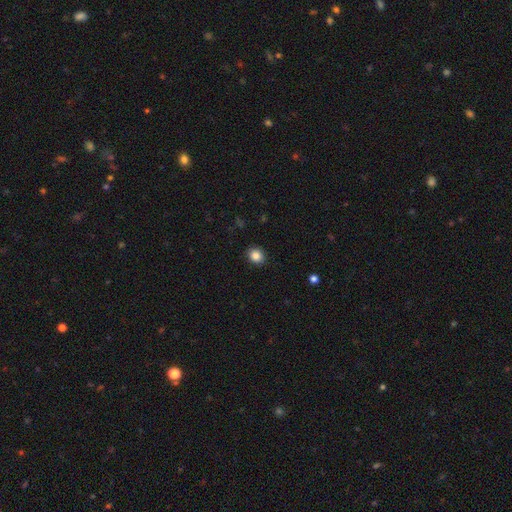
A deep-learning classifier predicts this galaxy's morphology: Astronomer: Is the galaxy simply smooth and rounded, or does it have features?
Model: smooth — 86%.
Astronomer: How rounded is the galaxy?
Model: round — 69%.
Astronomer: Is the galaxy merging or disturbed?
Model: none — 90%.